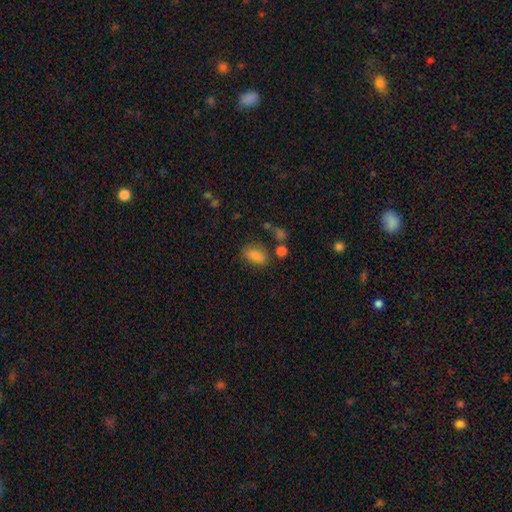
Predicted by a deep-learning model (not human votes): A smooth galaxy with no disk features (83%) that is in between round and cigar-shaped (86%).

Vote fractions:
- Smooth or featured? smooth: 83% / star or artifact: 10% / featured or disk: 7%
- How rounded? in between: 86% / round: 10% / cigar-shaped: 4%
- Merging? none: 70% / minor disturbance: 17% / merger: 7% / major disturbance: 6%